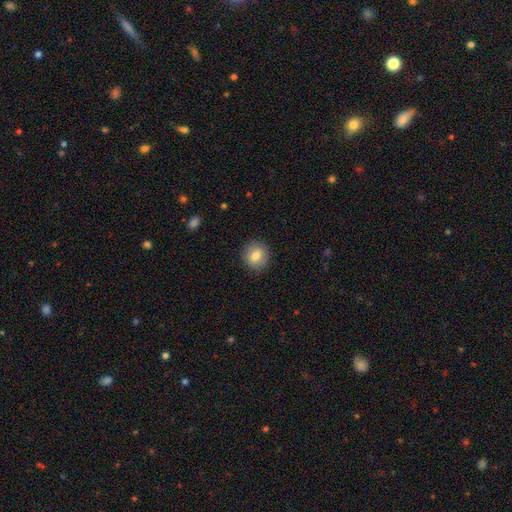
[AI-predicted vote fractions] This appears to be a smooth galaxy with no disk features (81%) that is round (85%). Merging: none (89%).